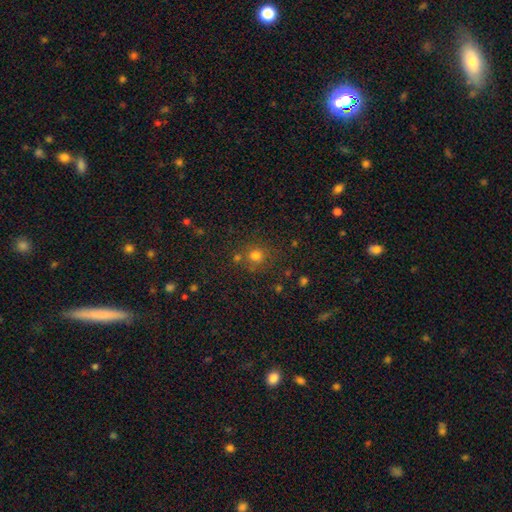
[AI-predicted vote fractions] This is likely a smooth galaxy (74%). How rounded: clearly round (86%). Merging: likely none (73%).